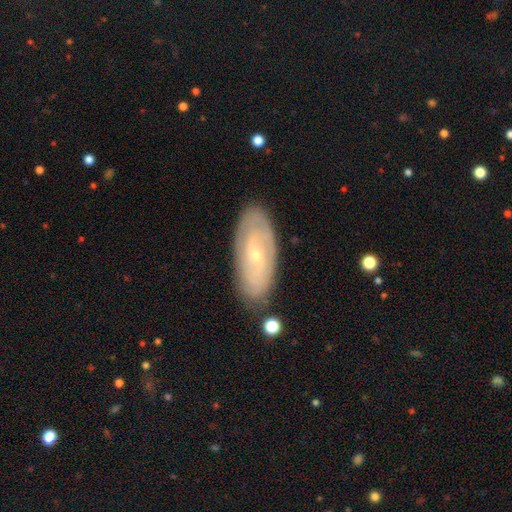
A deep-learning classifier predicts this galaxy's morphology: featured or disk 70%, smooth 24%, star or artifact 6%. Down the decision tree: edge-on disk — no (90%); bar — no (46%); spiral arms — yes (81%); spiral arm count — can't tell (44%); spiral winding — tight (59%); bulge size — small (78%); merging — none (82%).